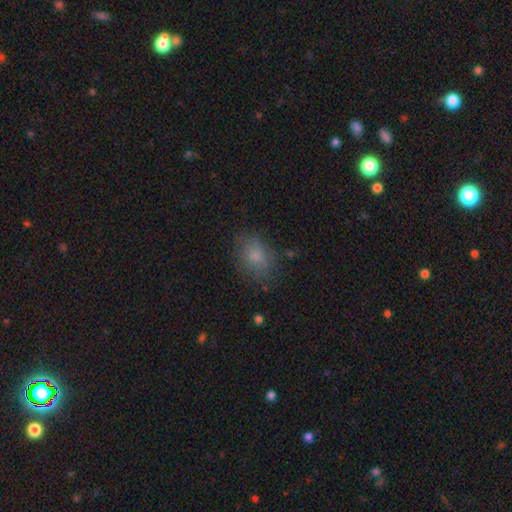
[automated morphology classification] Smooth or featured: smooth — 78% (star or artifact — 11%)
How rounded: in between — 68% (round — 30%)
Merging: none — 76% (minor disturbance — 17%)